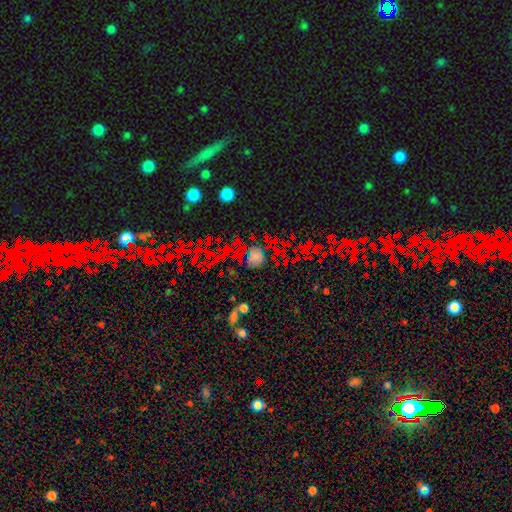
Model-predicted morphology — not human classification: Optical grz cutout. It shows a star or artifact, not a galaxy (62%).